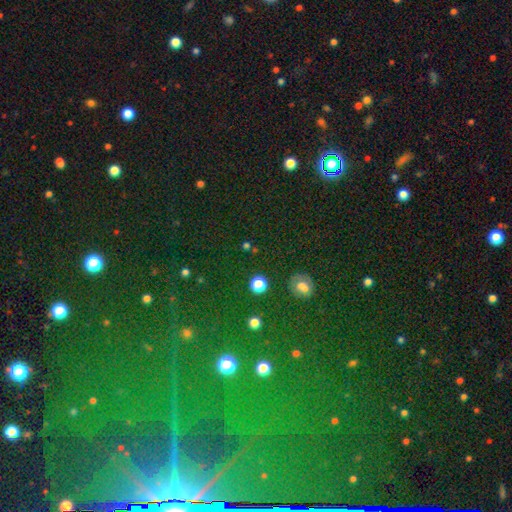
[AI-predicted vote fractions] A star or artifact, not a galaxy (77%).

Vote fractions:
- Smooth or featured? star or artifact: 77% / smooth: 13% / featured or disk: 10%